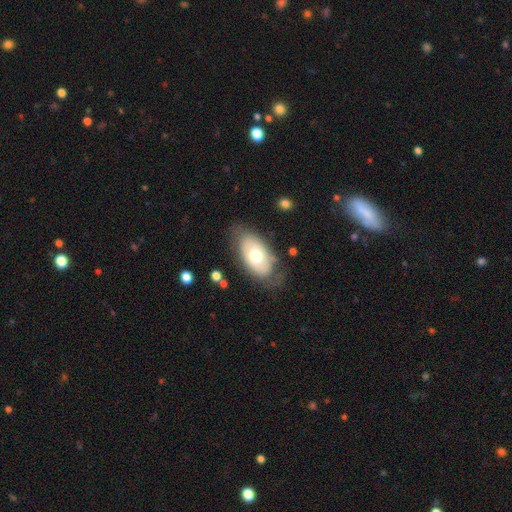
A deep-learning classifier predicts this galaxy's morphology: This is possibly a smooth galaxy (59%). How rounded: clearly in between (92%). Merging: likely none (70%).